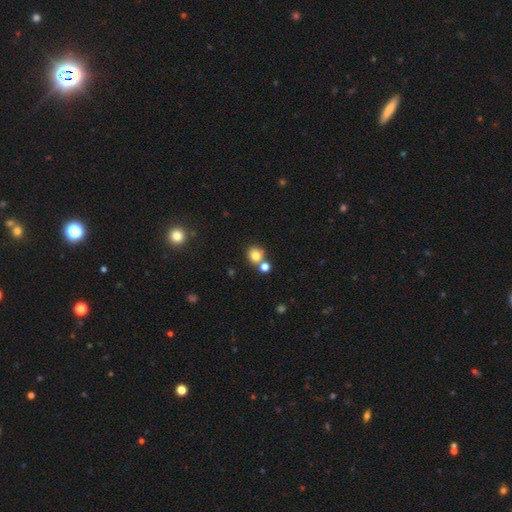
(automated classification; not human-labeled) Overall: smooth (81%). How rounded: round (86%). Merging: none (61%; merger 27%).